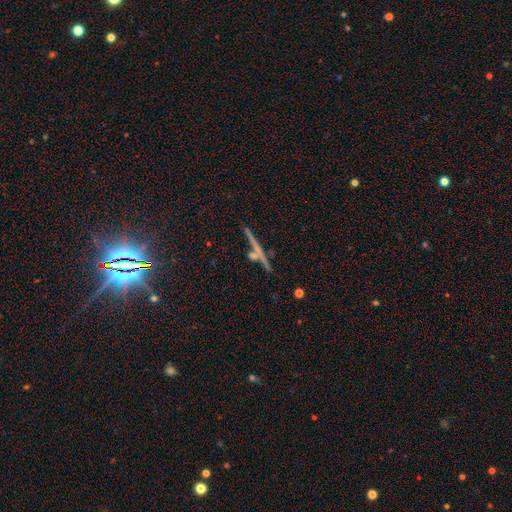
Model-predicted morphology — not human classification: The model was most divided on "smooth or featured": featured or disk: 53%, smooth: 30%, star or artifact: 17%. More confident: edge-on disk — yes (93%); merging — none (76%).